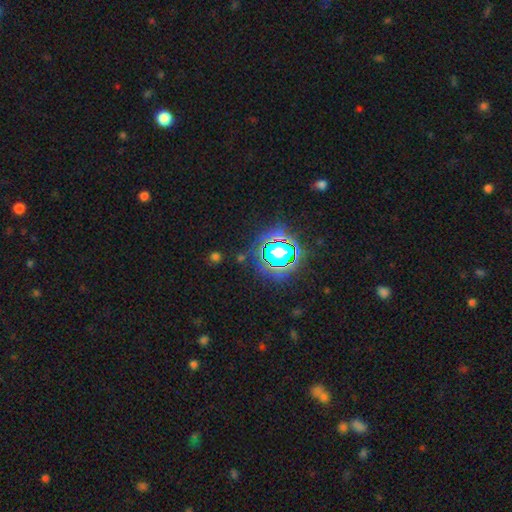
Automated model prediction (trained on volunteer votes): Overall: star or artifact (80%).